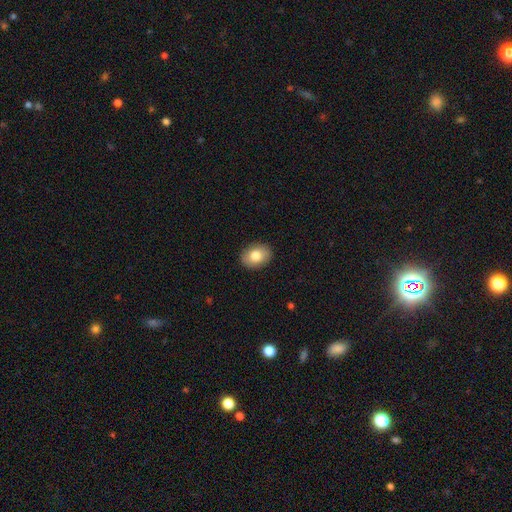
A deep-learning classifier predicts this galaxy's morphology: Overall: smooth (81%). How rounded: in between (69%; round 30%). Merging: none (89%).